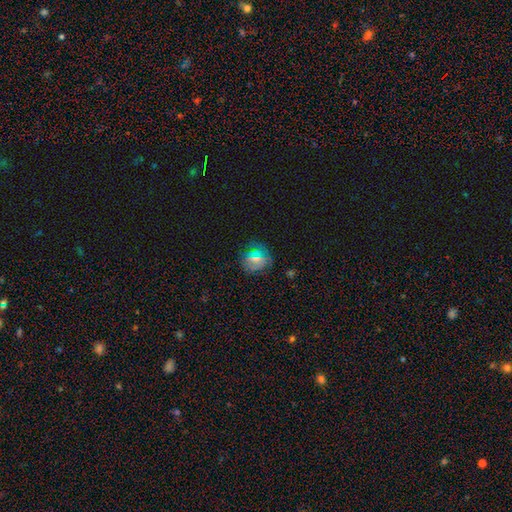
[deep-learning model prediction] The model was most divided on "smooth or featured": smooth: 62%, star or artifact: 26%, featured or disk: 12%. More confident: how rounded — round (86%); merging — none (85%).